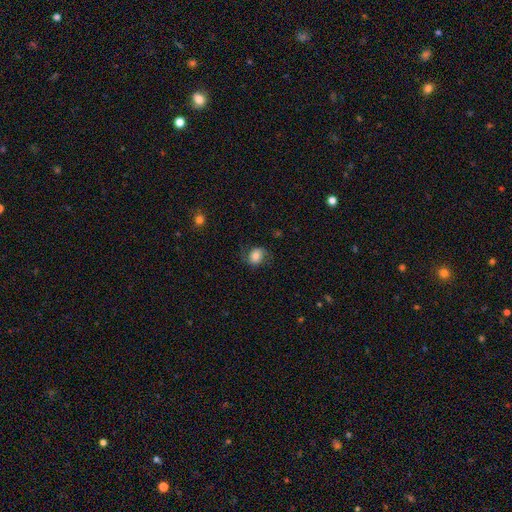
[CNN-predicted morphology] This appears to be a smooth galaxy with no disk features (62%) that is round (51%). Merging: none (67%).